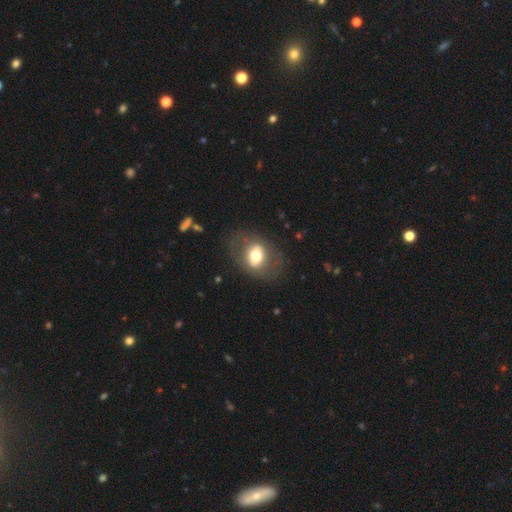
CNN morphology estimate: Q: Smooth or featured?
A: smooth (50%); runner-up: featured or disk (42%)
Q: How rounded?
A: in between (66%); runner-up: round (32%)
Q: Merging?
A: none (74%); runner-up: minor disturbance (14%)